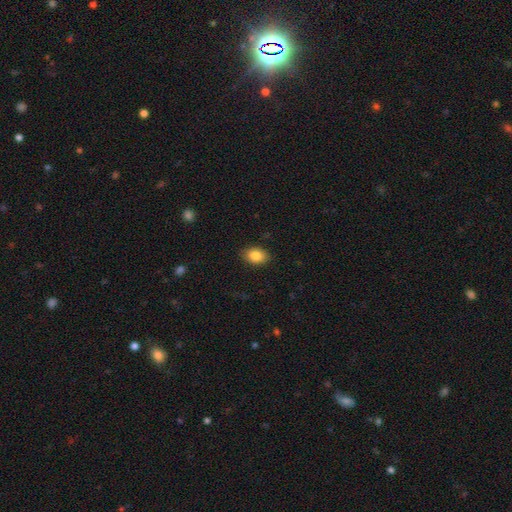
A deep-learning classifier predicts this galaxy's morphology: This is clearly a smooth galaxy (85%). How rounded: likely in between (79%). Merging: clearly none (87%).